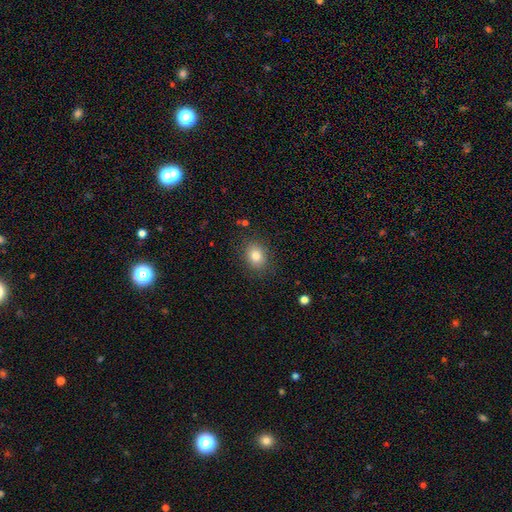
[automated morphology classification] Overall: smooth (81%). How rounded: in between (50%; round 49%). Merging: none (86%).